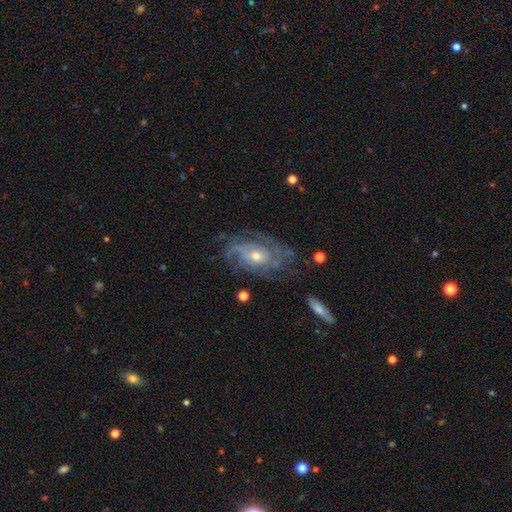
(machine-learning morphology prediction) smooth_or_featured: featured or disk (p=0.85) [alt: smooth p=0.08]
disk_edge_on: no (p=0.95) [alt: yes p=0.05]
bar: no (p=0.73) [alt: weak p=0.22]
has_spiral_arms: yes (p=0.93) [alt: no p=0.07]
spiral_winding: tight (p=0.57) [alt: medium p=0.33]
spiral_arm_count: can't tell (p=0.37) [alt: 3 p=0.20]
bulge_size: moderate (p=0.58) [alt: small p=0.37]
merging: none (p=0.68) [alt: minor disturbance p=0.19]